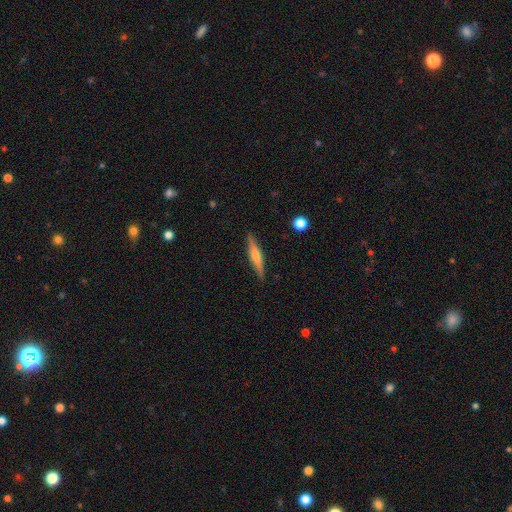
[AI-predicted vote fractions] smooth-or-featured: featured or disk: 58% | smooth: 35% | star or artifact: 6%
  disk-edge-on: yes: 97% | no: 3%
    edge-on-bulge: rounded: 70% | boxy: 18% | none: 12%
  merging: none: 89% | minor disturbance: 8% | major disturbance: 2% | merger: 1%